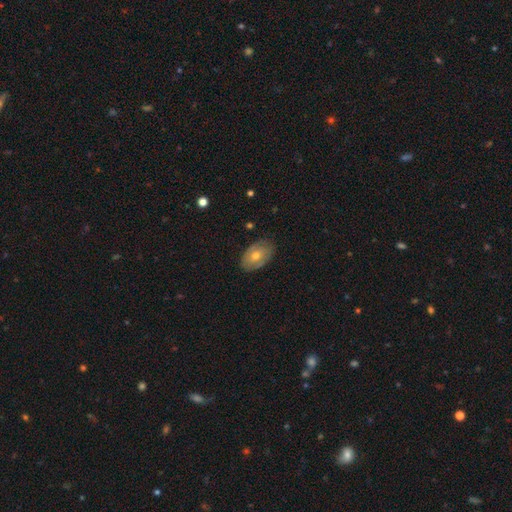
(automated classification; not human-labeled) smooth-or-featured: smooth: 46% | featured or disk: 45% | star or artifact: 9%
  merging: none: 81% | minor disturbance: 15% | major disturbance: 3% | merger: 1%